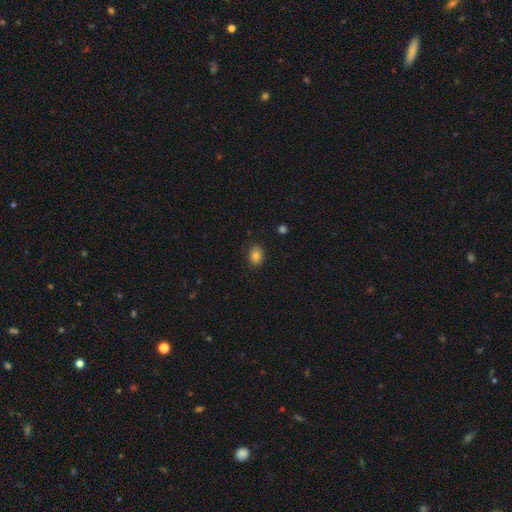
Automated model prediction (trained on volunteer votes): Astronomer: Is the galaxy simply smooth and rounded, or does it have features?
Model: smooth — 84%.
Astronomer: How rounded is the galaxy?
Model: in between — 67%.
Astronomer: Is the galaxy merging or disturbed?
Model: none — 86%.